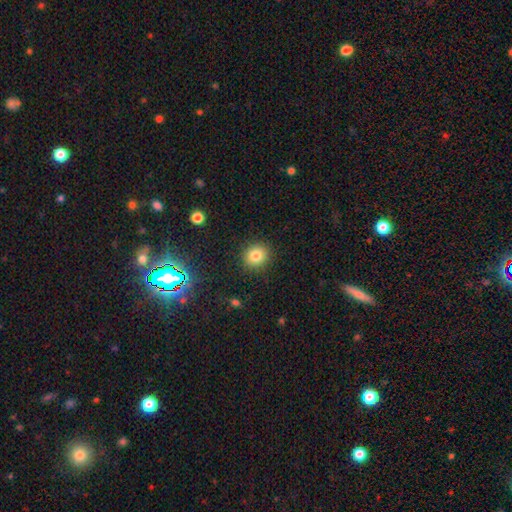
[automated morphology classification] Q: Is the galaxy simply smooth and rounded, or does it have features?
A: smooth — 80%.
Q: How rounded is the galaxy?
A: round — 85%.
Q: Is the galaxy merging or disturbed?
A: none — 90%.